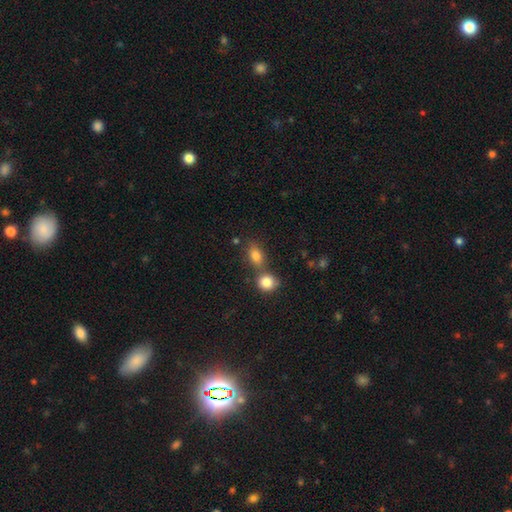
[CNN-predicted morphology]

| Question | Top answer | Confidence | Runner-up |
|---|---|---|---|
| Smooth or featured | smooth | 81% | star or artifact (10%) |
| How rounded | in between | 74% | round (22%) |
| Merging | none | 50% | merger (36%) |